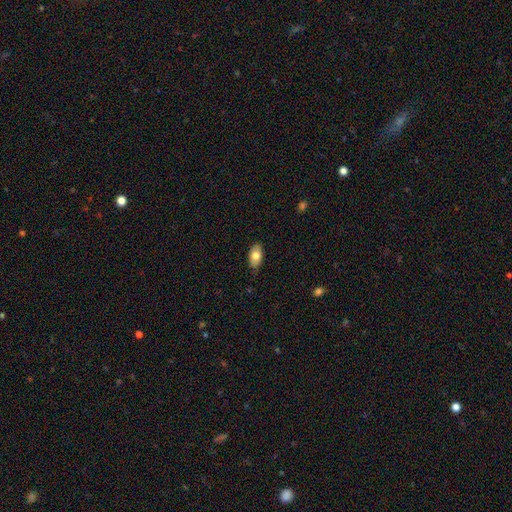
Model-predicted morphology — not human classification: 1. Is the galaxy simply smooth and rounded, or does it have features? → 77% smooth, 16% featured or disk, 7% star or artifact.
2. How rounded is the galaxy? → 92% in between, 5% round, 2% cigar-shaped.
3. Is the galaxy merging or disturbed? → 84% none, 13% minor disturbance, 2% major disturbance, 1% merger.